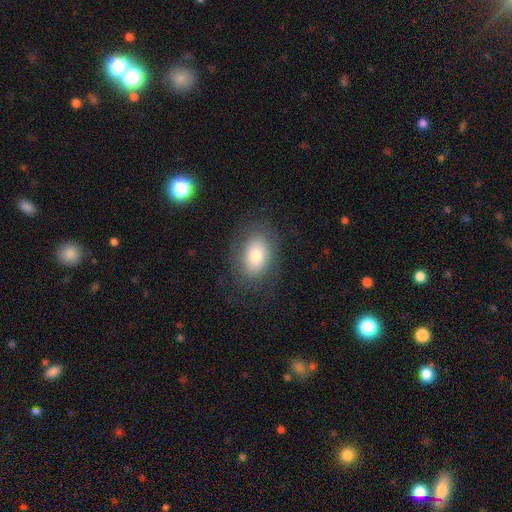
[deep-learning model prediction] This appears to be a smooth galaxy with no disk features (72%) that is in between round and cigar-shaped (84%). Merging: none (76%).